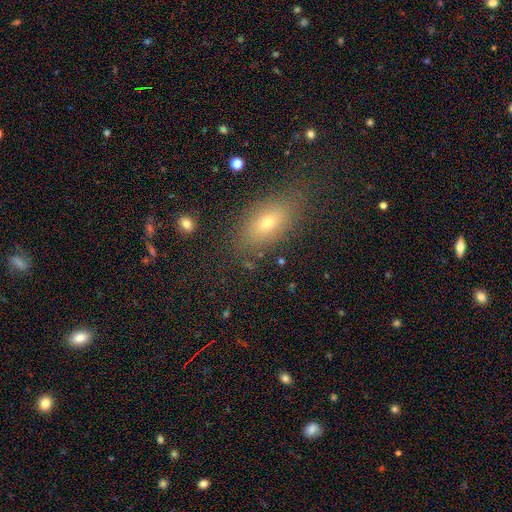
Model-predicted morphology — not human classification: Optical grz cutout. It shows a smooth galaxy with no disk features (64%) that is in between round and cigar-shaped (79%). Merging: none (83%).